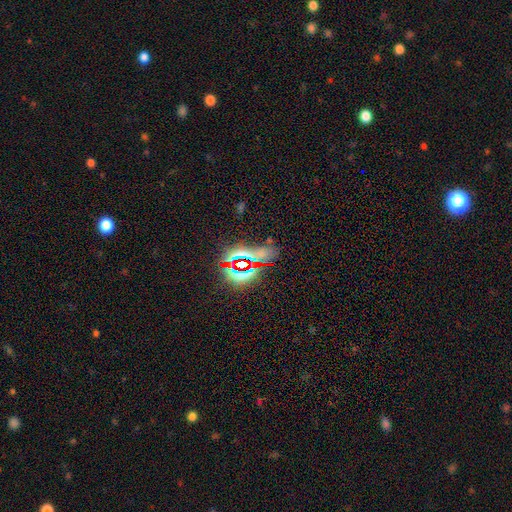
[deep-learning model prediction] star or artifact 73%, smooth 17%, featured or disk 10%.